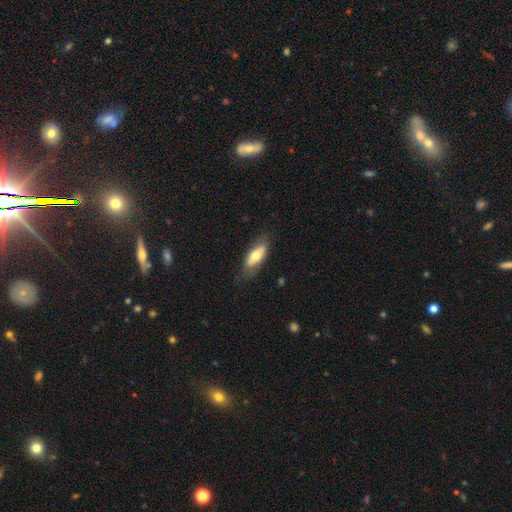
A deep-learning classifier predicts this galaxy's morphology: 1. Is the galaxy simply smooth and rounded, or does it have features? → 62% smooth, 32% featured or disk, 6% star or artifact.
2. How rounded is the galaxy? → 74% in between, 24% cigar-shaped, 2% round.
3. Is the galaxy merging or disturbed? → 72% none, 20% minor disturbance, 6% major disturbance, 1% merger.